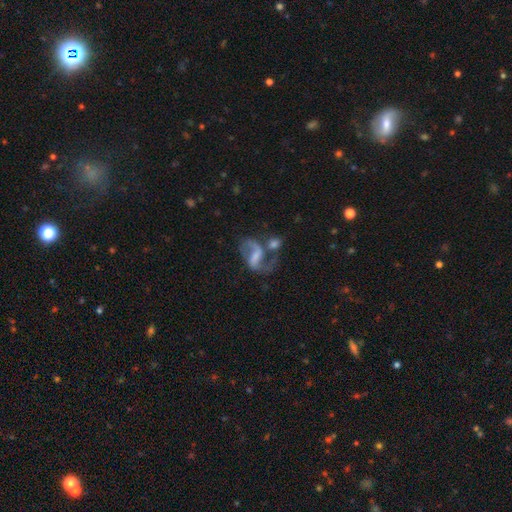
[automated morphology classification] smooth-or-featured: featured or disk: 78% | smooth: 13% | star or artifact: 8%
  disk-edge-on: no: 97% | yes: 3%
    bar: weak: 46% | strong: 32% | no: 22%
    has-spiral-arms: yes: 90% | no: 10%
      spiral-winding: loose: 59% | medium: 34% | tight: 7%
      spiral-arm-count: 2: 85% | 1: 8% | can't tell: 4% | 3: 1% | 4: 1% | more than 4: 1%
    bulge-size: none: 33% | small: 31% | moderate: 27% | large: 7% | dominant: 2%
  merging: none: 35% | merger: 30% | major disturbance: 20% | minor disturbance: 15%